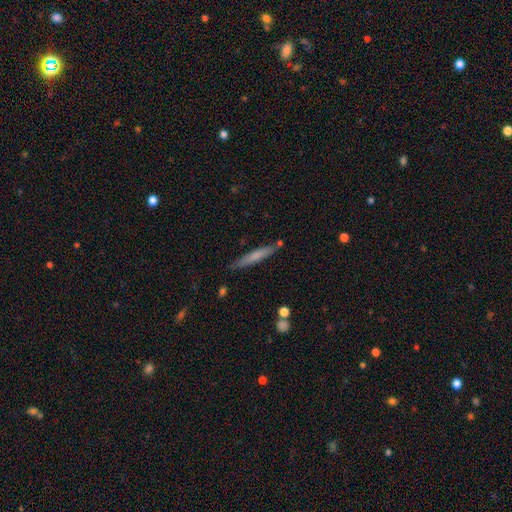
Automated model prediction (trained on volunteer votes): smooth_or_featured: smooth (p=0.64) [alt: featured or disk p=0.30]
how_rounded: cigar-shaped (p=0.94) [alt: in between p=0.05]
merging: none (p=0.82) [alt: minor disturbance p=0.12]